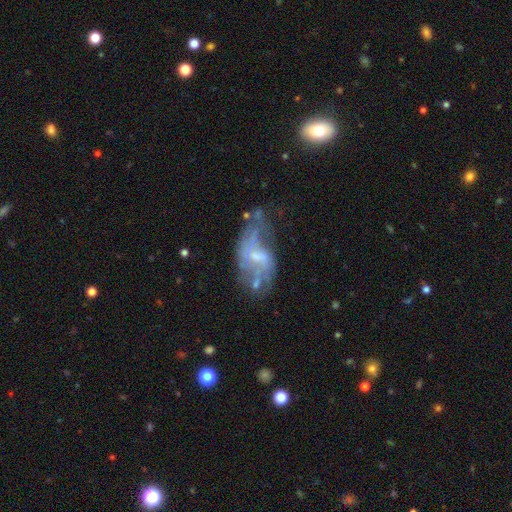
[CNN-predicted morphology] Smooth or featured?
  - featured or disk: 67% *
  - smooth: 23%
  - star or artifact: 10%
Edge-on disk?
  - no: 94% *
  - yes: 6%
Bar?
  - no: 44% * (tied)
  - weak: 44% * (tied)
  - strong: 12%
Spiral arms?
  - yes: 53% *
  - no: 47%
Bulge size?
  - small: 51% *
  - moderate: 30%
  - none: 16%
  - large: 2%
  - dominant: 1%
Merging?
  - none: 34% *
  - major disturbance: 29%
  - minor disturbance: 26%
  - merger: 11%